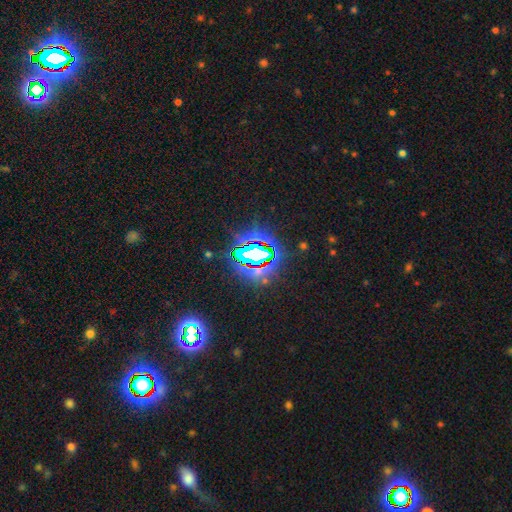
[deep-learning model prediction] Morphology: type=star or artifact (75%).